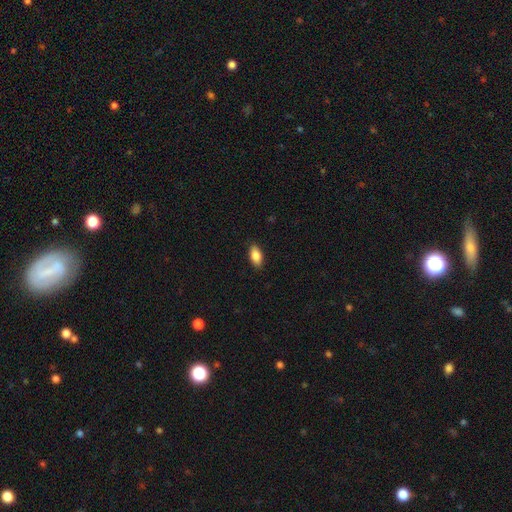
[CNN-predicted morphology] type=smooth (86%); roundness=in between (91%); merging=none (88%).